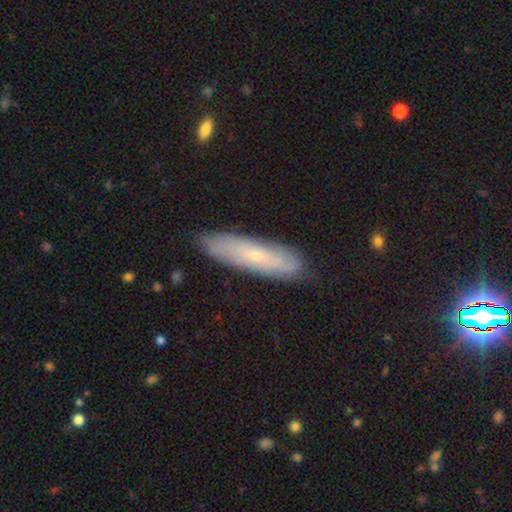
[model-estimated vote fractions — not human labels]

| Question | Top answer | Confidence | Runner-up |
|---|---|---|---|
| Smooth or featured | smooth | 46% | tied: featured or disk (46%) |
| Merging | none | 81% | minor disturbance (15%) |